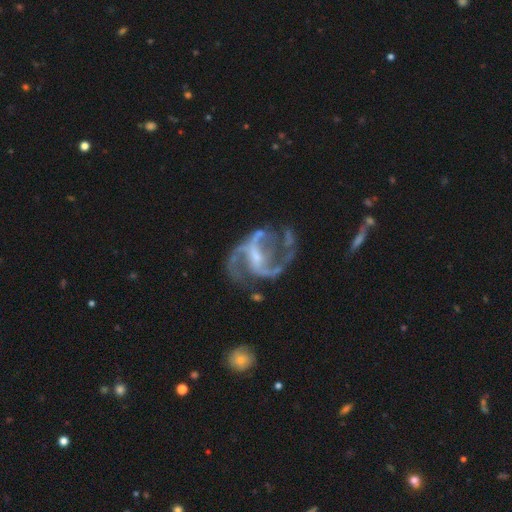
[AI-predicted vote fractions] smooth_or_featured: featured or disk (p=0.91) [alt: star or artifact p=0.05]
disk_edge_on: no (p=0.98) [alt: yes p=0.02]
bar: weak (p=0.43) [alt: strong p=0.40]
has_spiral_arms: yes (p=0.95) [alt: no p=0.05]
spiral_winding: medium (p=0.51) [alt: loose p=0.36]
spiral_arm_count: 2 (p=0.75) [alt: 3 p=0.10]
bulge_size: small (p=0.55) [alt: moderate p=0.29]
merging: none (p=0.51) [alt: major disturbance p=0.25]